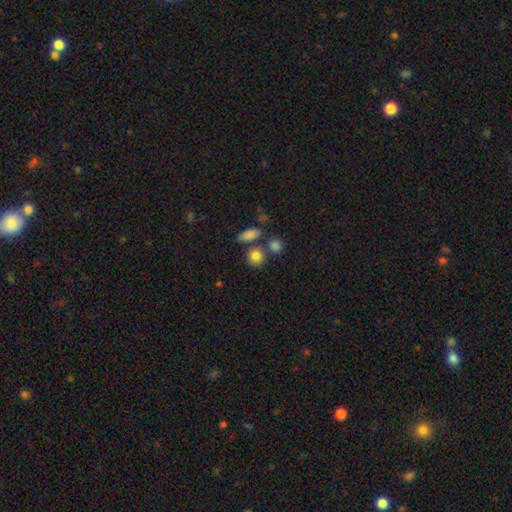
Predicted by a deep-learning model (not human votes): Smooth or featured? Predicted: smooth (p=0.82). How rounded? Predicted: round (p=0.79). Merging? Predicted: none (p=0.66).